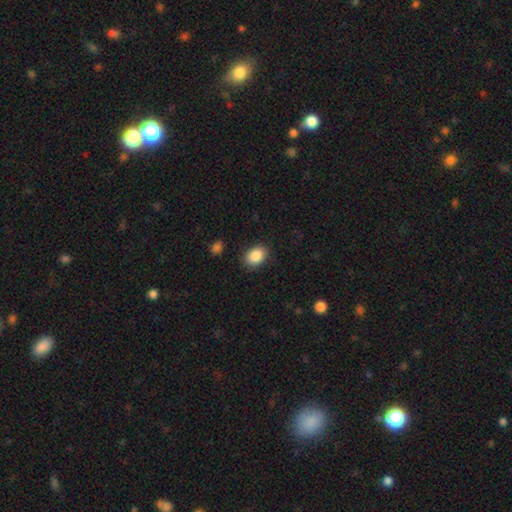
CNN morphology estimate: smooth-or-featured: smooth: 89% | star or artifact: 7% | featured or disk: 4%
  how-rounded: in between: 78% | round: 21% | cigar-shaped: 1%
  merging: none: 86% | minor disturbance: 10% | major disturbance: 3% | merger: 1%